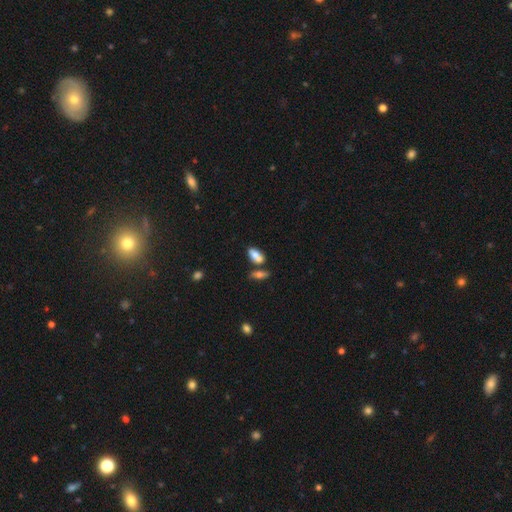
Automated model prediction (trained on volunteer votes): A smooth galaxy with no disk features (78%) that is in between round and cigar-shaped (88%).

Vote fractions:
- Smooth or featured? smooth: 78% / featured or disk: 15% / star or artifact: 7%
- How rounded? in between: 88% / cigar-shaped: 8% / round: 4%
- Merging? none: 50% / merger: 33% / minor disturbance: 13% / major disturbance: 4%